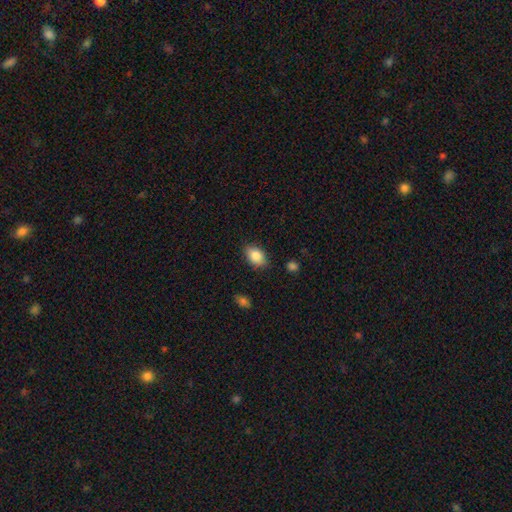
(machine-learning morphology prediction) Q: Smooth or featured?
A: smooth (85%); runner-up: star or artifact (8%)
Q: How rounded?
A: in between (86%); runner-up: round (12%)
Q: Merging?
A: none (83%); runner-up: minor disturbance (13%)